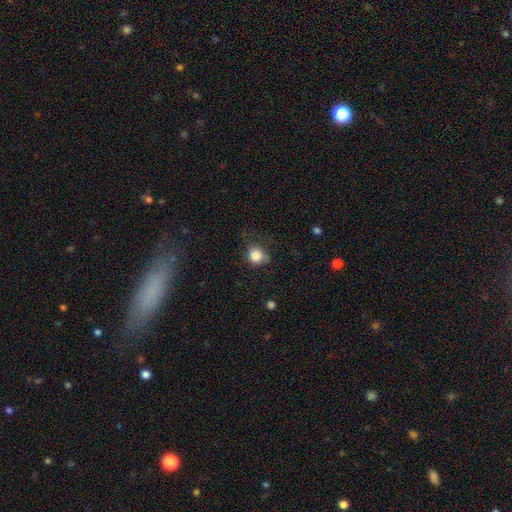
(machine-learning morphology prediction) Smooth or featured?
  - smooth: 83% *
  - star or artifact: 10%
  - featured or disk: 6%
How rounded?
  - round: 83% *
  - in between: 16%
  - cigar-shaped: 1%
Merging?
  - none: 65% *
  - minor disturbance: 24%
  - major disturbance: 10%
  - merger: 2%